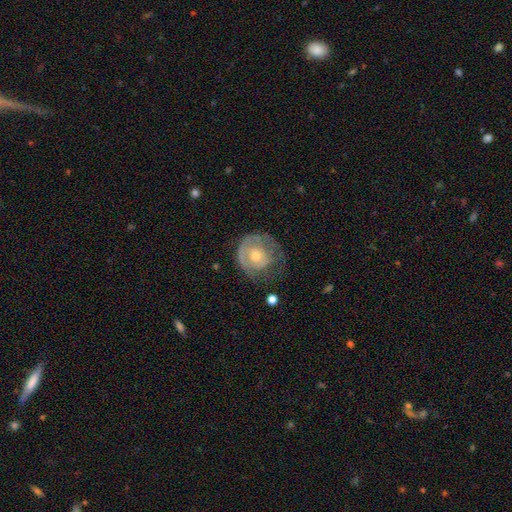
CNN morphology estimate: This appears to be a featured or disk galaxy (60%) with no bar (82%), spiral arms (61%) and a moderate central bulge (53%). Merging: none (55%).